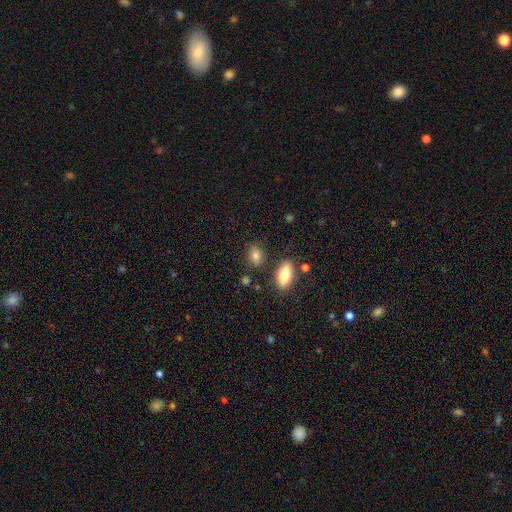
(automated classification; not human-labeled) Overall: smooth (81%). How rounded: in between (70%). Merging: none (78%).